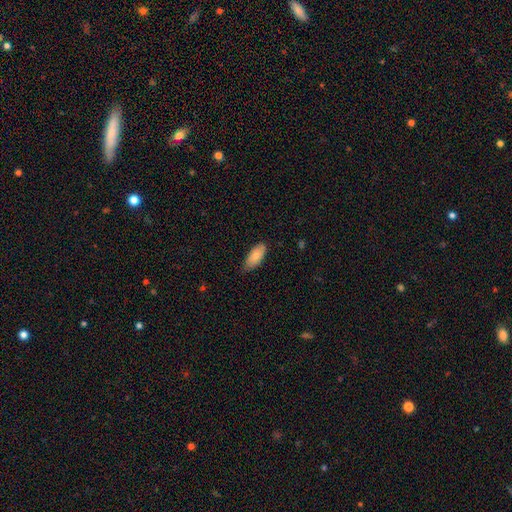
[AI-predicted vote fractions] Morphology: type=smooth (84%); roundness=in between (86%); merging=none (76%).